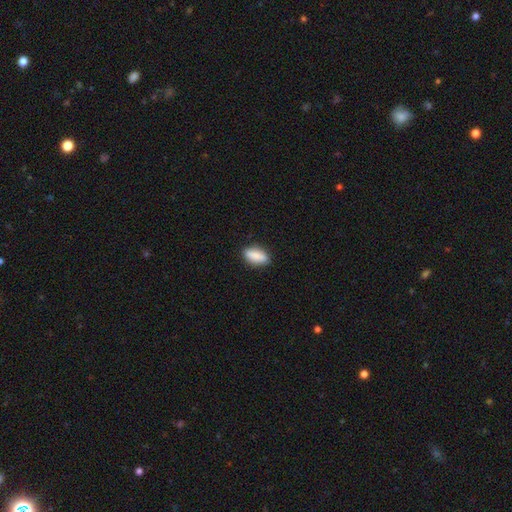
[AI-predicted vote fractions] Smooth or featured: smooth — 83% (featured or disk — 10%)
How rounded: in between — 79% (cigar-shaped — 17%)
Merging: none — 84% (minor disturbance — 12%)